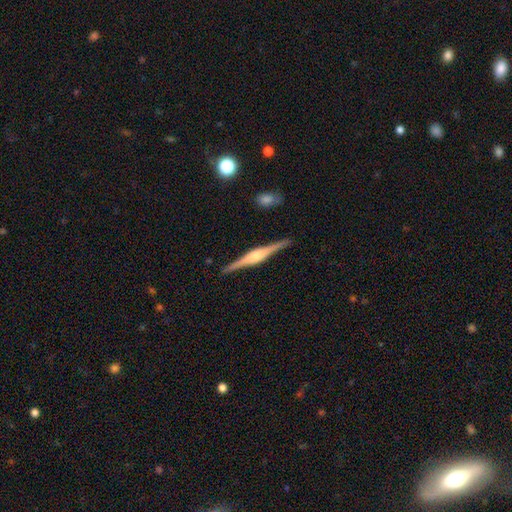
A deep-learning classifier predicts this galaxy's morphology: featured or disk 84%, smooth 12%, star or artifact 5%. Down the decision tree: edge-on disk — yes (98%); edge-on bulge — rounded (74%); merging — none (90%).